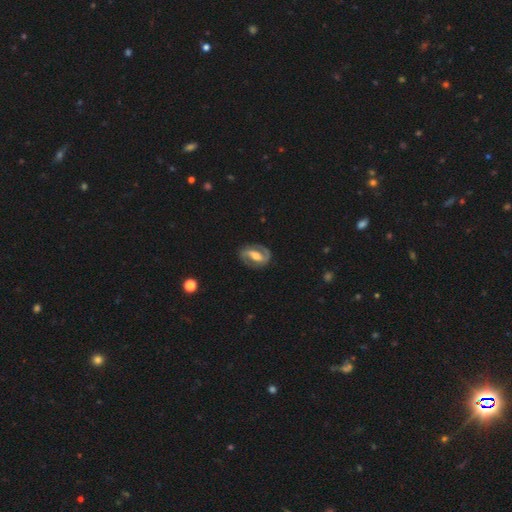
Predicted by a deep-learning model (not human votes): Overall: featured or disk (86%). Edge-on disk: no (97%). Bar: strong (46%; weak 37%). Spiral arms: yes (94%). Spiral arm count: 2 (92%). Spiral winding: medium (54%; tight 30%). Bulge size: moderate (62%). Merging: none (83%).